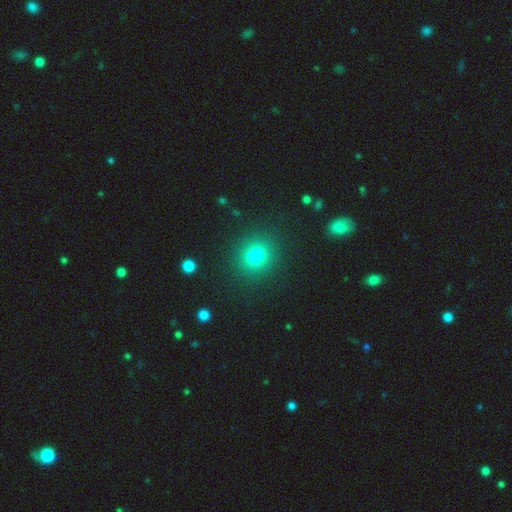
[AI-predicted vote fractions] Smooth or featured?
  - smooth: 78% *
  - star or artifact: 16%
  - featured or disk: 6%
How rounded?
  - round: 88% *
  - in between: 11%
  - cigar-shaped: 1%
Merging?
  - none: 89% *
  - minor disturbance: 6%
  - major disturbance: 3%
  - merger: 2%